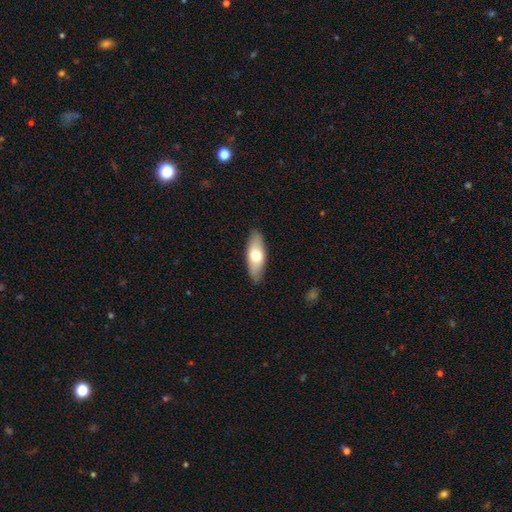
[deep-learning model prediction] smooth-or-featured: smooth: 66% | featured or disk: 29% | star or artifact: 5%
  how-rounded: in between: 69% | cigar-shaped: 29% | round: 2%
  merging: none: 87% | minor disturbance: 10% | major disturbance: 2% | merger: 1%